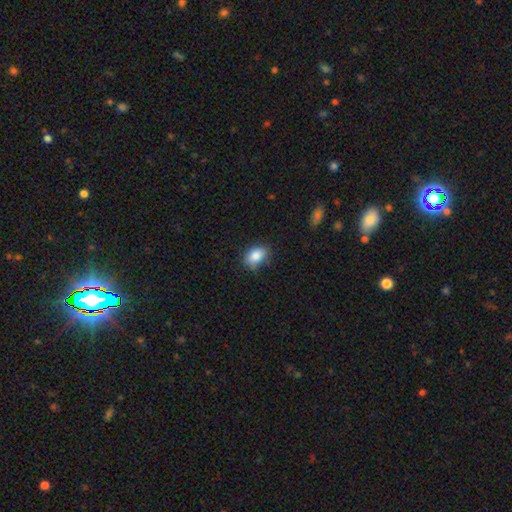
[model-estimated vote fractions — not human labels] Q: Smooth or featured?
A: smooth (86%); runner-up: star or artifact (8%)
Q: How rounded?
A: in between (83%); runner-up: round (16%)
Q: Merging?
A: none (76%); runner-up: minor disturbance (19%)